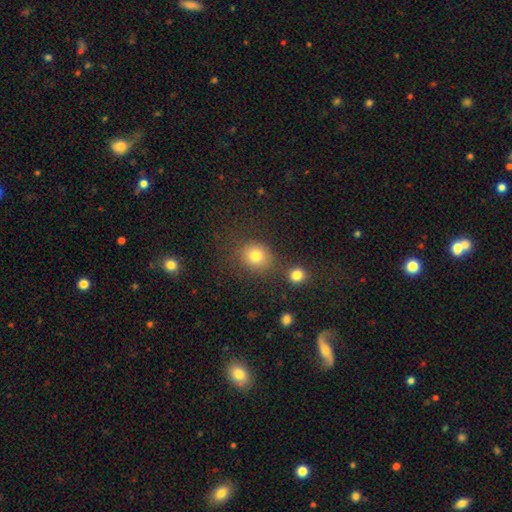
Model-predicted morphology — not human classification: Smooth or featured? smooth (78%)
How rounded? round (75%)
Merging? none (74%)